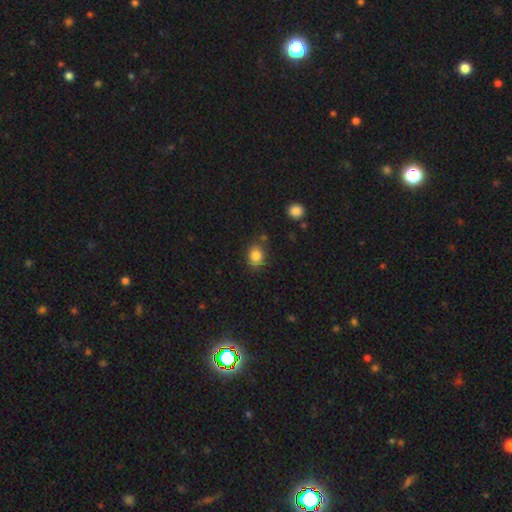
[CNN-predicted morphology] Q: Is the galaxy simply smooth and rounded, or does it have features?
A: smooth — 84%.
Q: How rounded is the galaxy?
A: in between — 58%.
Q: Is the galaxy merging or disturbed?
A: none — 78%.